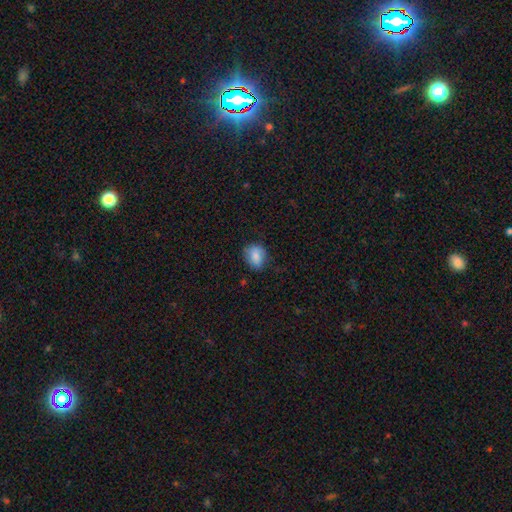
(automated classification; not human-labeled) Q: Smooth or featured?
A: smooth (81%); runner-up: featured or disk (11%)
Q: How rounded?
A: in between (57%); runner-up: round (42%)
Q: Merging?
A: none (74%); runner-up: minor disturbance (20%)